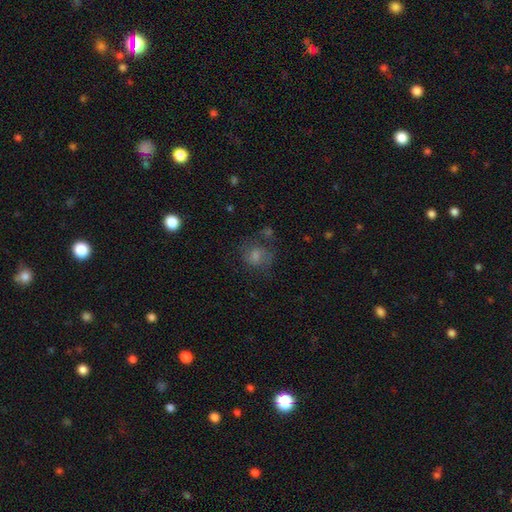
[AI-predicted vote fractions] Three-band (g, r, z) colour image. It shows a smooth galaxy with no disk features (50%) that is round (72%). Merging: none (64%).